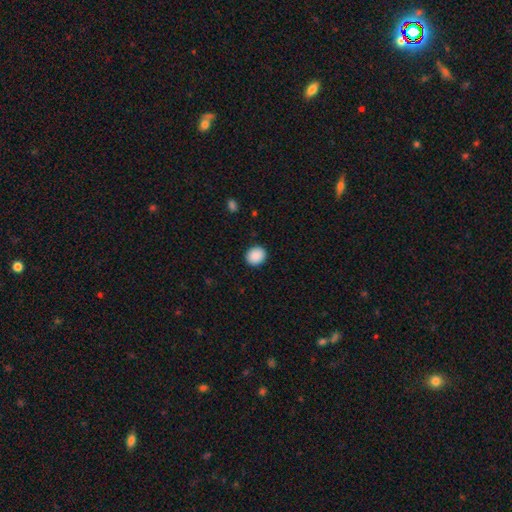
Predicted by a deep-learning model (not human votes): Q: Smooth or featured?
A: smooth (90%); runner-up: star or artifact (8%)
Q: How rounded?
A: round (73%); runner-up: in between (27%)
Q: Merging?
A: none (91%); runner-up: minor disturbance (6%)